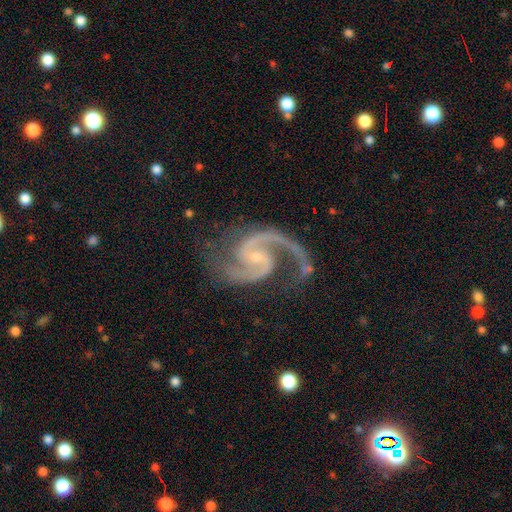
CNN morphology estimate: Q: Smooth or featured?
A: featured or disk (94%); runner-up: star or artifact (4%)
Q: Edge-on disk?
A: no (98%); runner-up: yes (2%)
Q: Bar?
A: no (47%); runner-up: weak (38%)
Q: Spiral arms?
A: yes (99%); runner-up: no (1%)
Q: Spiral winding?
A: medium (68%); runner-up: loose (17%)
Q: Spiral arm count?
A: 2 (94%); runner-up: 3 (2%)
Q: Bulge size?
A: small (77%); runner-up: moderate (16%)
Q: Merging?
A: none (68%); runner-up: minor disturbance (18%)